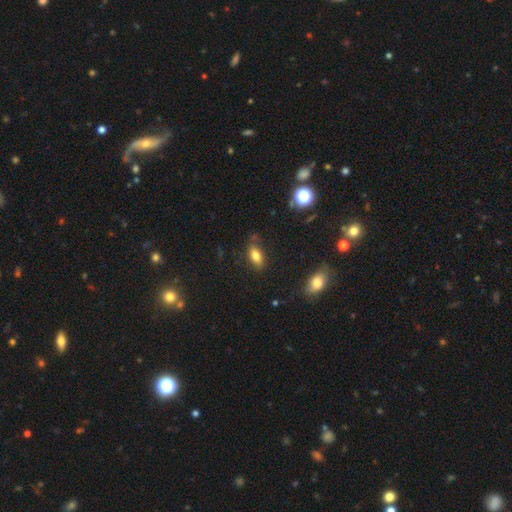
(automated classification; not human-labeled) Smooth or featured? Predicted: smooth (p=0.78). How rounded? Predicted: in between (p=0.84). Merging? Predicted: none (p=0.77).